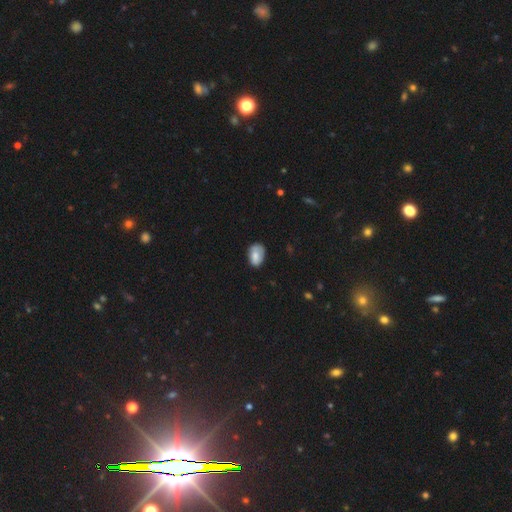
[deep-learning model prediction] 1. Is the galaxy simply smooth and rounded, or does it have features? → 75% smooth, 18% featured or disk, 7% star or artifact.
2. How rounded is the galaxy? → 85% in between, 14% round, 1% cigar-shaped.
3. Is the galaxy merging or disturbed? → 65% none, 27% minor disturbance, 7% major disturbance, 2% merger.